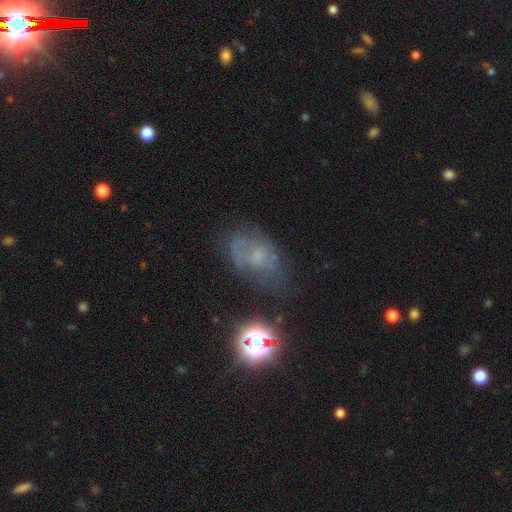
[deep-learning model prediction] This appears to be a featured or disk galaxy (42%). Merging: none (48%).